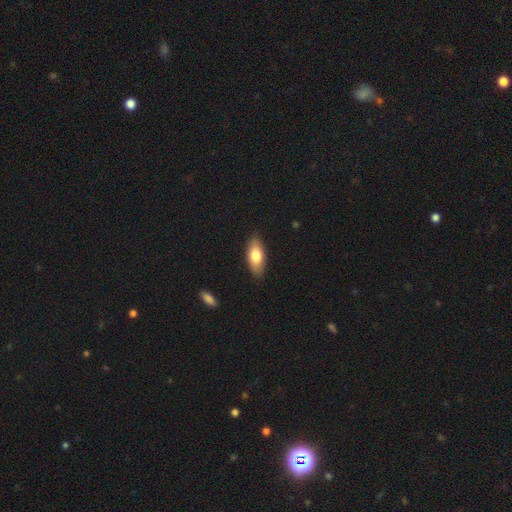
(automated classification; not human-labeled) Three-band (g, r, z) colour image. It shows a smooth galaxy with no disk features (77%) that is in between round and cigar-shaped (84%). Merging: none (87%).